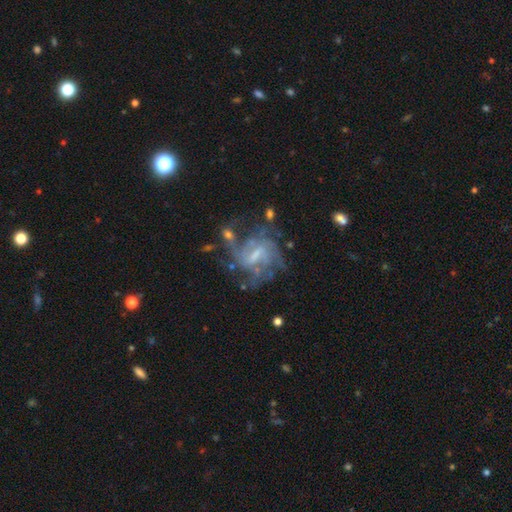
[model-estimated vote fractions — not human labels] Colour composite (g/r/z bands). It shows a featured or disk galaxy (73%) with a weak bar (53%), medium (43%) spiral arms (87%) and a small central bulge (48%). Merging: none (61%).